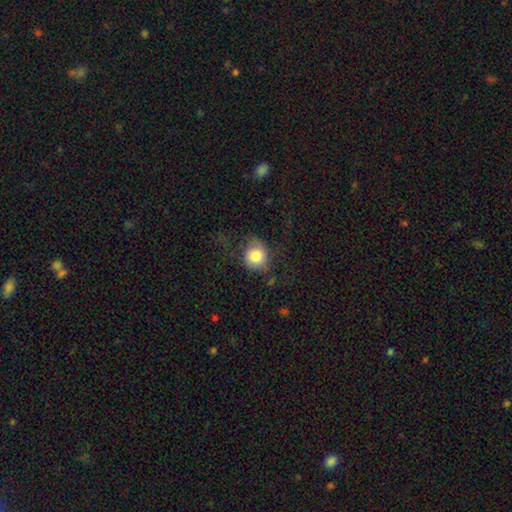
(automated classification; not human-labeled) This appears to be a smooth galaxy with no disk features (79%) that is round (77%). Merging: none (57%).